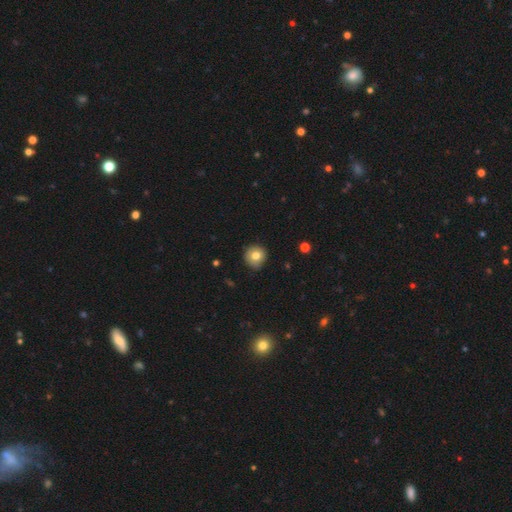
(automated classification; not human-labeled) This appears to be a smooth galaxy with no disk features (77%) that is round (93%). Merging: none (84%).